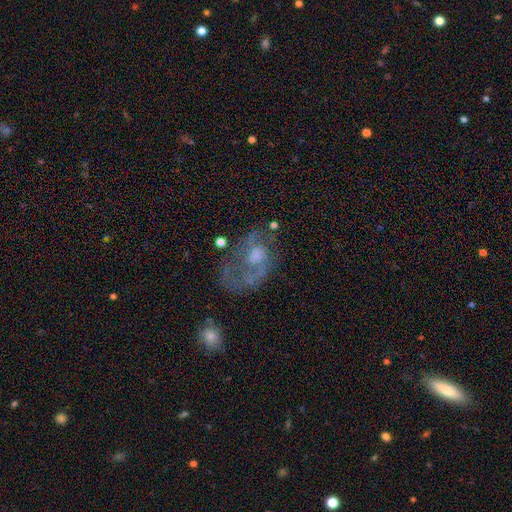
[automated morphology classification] Smooth or featured?
  - featured or disk: 62% *
  - smooth: 19%
  - star or artifact: 19%
Edge-on disk?
  - no: 96% *
  - yes: 4%
Bar?
  - no: 78% *
  - weak: 17%
  - strong: 5%
Spiral arms?
  - yes: 65% *
  - no: 35%
Bulge size?
  - moderate: 49% *
  - small: 35%
  - none: 7%
  - large: 6%
  - dominant: 2%
Merging?
  - none: 40% *
  - major disturbance: 33%
  - minor disturbance: 18%
  - merger: 9%